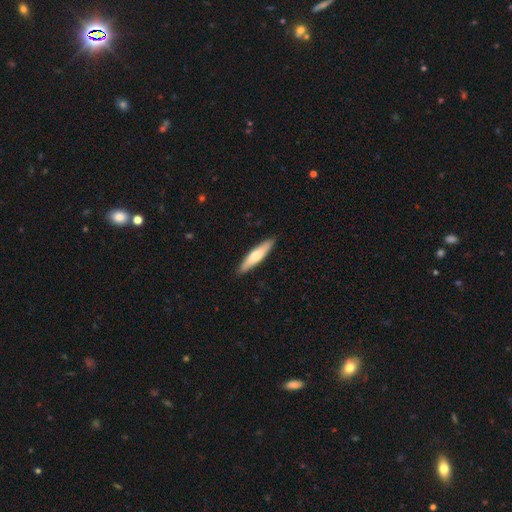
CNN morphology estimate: Smooth or featured? Predicted: smooth (p=0.63). How rounded? Predicted: cigar-shaped (p=0.81). Merging? Predicted: none (p=0.89).